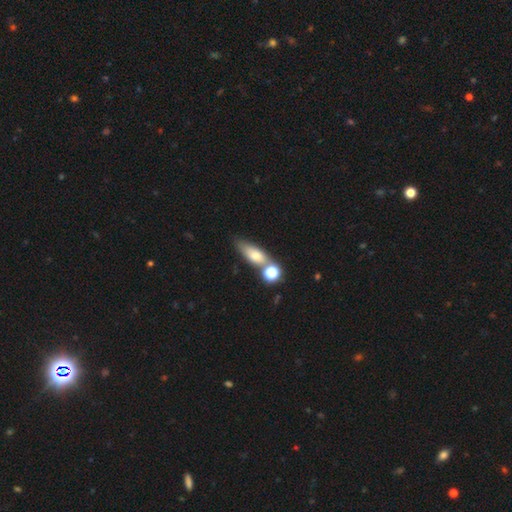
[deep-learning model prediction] This appears to be a smooth galaxy with no disk features (68%) that is in between round and cigar-shaped (55%). Merging: none (51%).